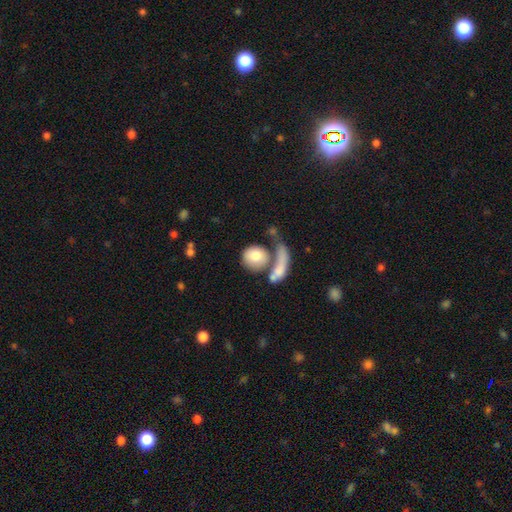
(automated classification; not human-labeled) Smooth or featured?
  - smooth: 75% *
  - featured or disk: 18%
  - star or artifact: 7%
How rounded?
  - round: 78% *
  - in between: 18%
  - cigar-shaped: 3%
Merging?
  - none: 39% *
  - merger: 35%
  - major disturbance: 14%
  - minor disturbance: 12%